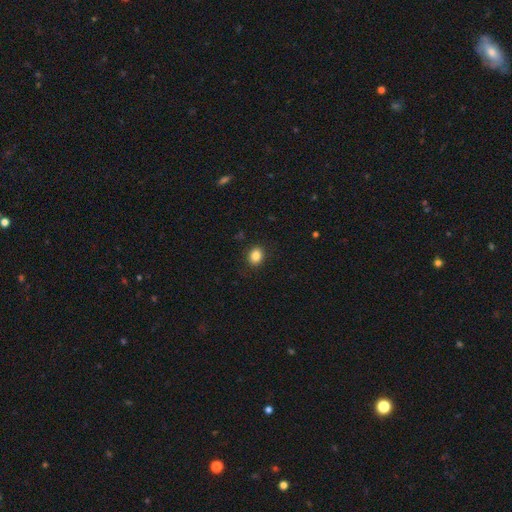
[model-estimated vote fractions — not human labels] A smooth galaxy with no disk features (85%) that is round (51%).

Vote fractions:
- Smooth or featured? smooth: 85% / star or artifact: 10% / featured or disk: 4%
- How rounded? round: 51% / in between: 48% / cigar-shaped: 1%
- Merging? none: 89% / minor disturbance: 8% / major disturbance: 2% / merger: 1%